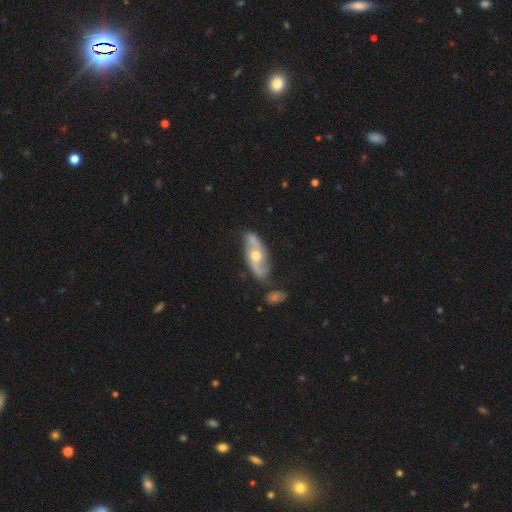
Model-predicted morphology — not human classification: Overall: featured or disk (73%). Edge-on disk: no (81%). Bar: no (66%). Spiral arms: yes (78%). Bulge size: moderate (76%). Merging: none (71%).